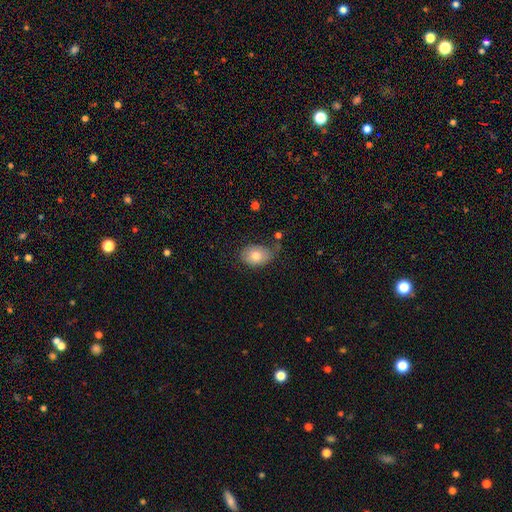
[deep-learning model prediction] Smooth or featured: smooth — 80% (featured or disk — 13%)
How rounded: in between — 75% (round — 24%)
Merging: none — 61% (minor disturbance — 28%)